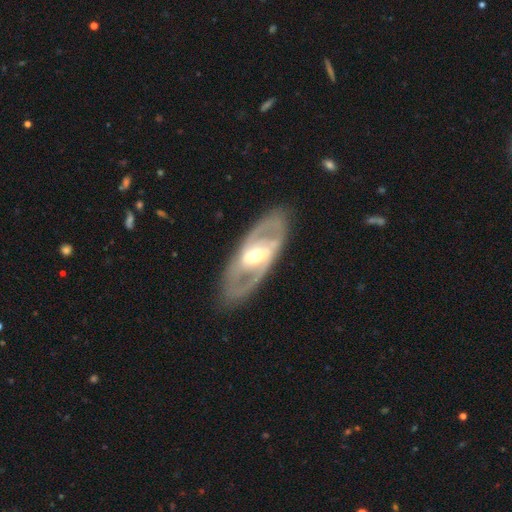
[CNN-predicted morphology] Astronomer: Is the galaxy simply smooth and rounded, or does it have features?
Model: featured or disk — 84%.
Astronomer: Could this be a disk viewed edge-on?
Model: no — 90%.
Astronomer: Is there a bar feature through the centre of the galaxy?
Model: strong — 42% (runner-up: weak, 38%).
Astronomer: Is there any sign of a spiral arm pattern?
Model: yes — 79%.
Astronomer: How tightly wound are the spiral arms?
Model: medium — 47% (runner-up: tight, 36%).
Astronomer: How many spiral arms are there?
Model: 2 — 81%.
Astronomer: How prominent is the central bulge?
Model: moderate — 61%.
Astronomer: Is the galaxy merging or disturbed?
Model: none — 84%.